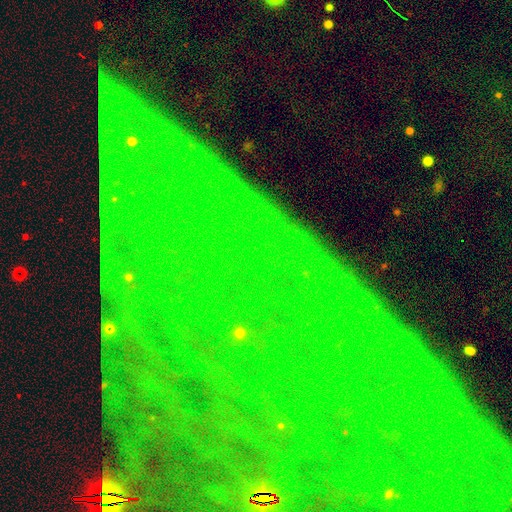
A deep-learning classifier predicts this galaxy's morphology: The model was most divided on "smooth or featured": star or artifact: 84%, featured or disk: 9%, smooth: 7%.